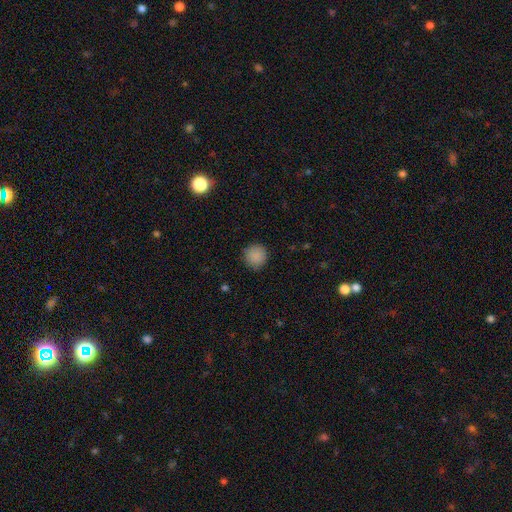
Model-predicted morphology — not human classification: Smooth or featured: smooth — 88% (star or artifact — 9%)
How rounded: round — 94% (in between — 5%)
Merging: none — 89% (minor disturbance — 7%)